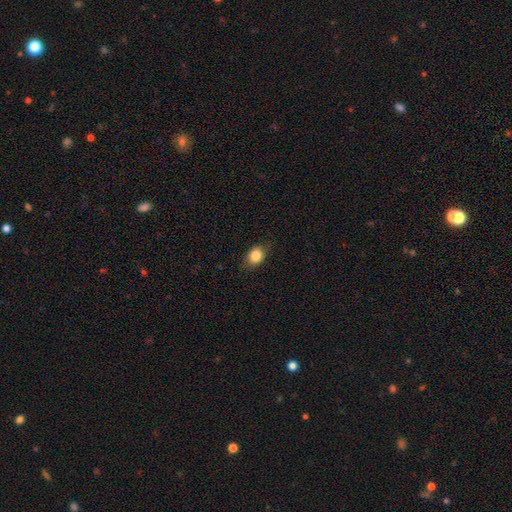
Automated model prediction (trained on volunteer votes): Overall: smooth (84%). How rounded: in between (59%; round 39%). Merging: none (79%).